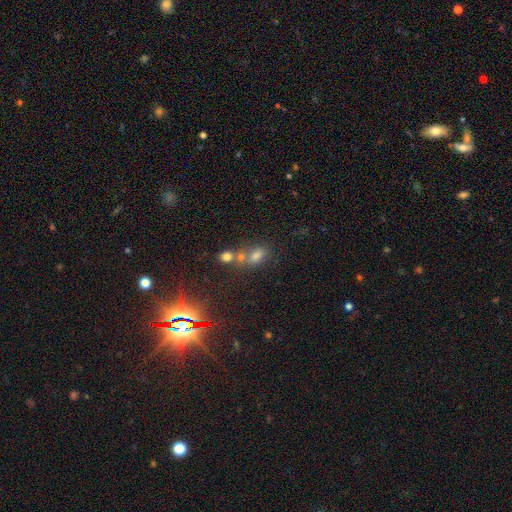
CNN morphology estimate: A smooth galaxy with no disk features (50%).

Vote fractions:
- Smooth or featured? smooth: 50% / star or artifact: 36% / featured or disk: 14%
- Merging? merger: 45% / none: 41% / minor disturbance: 9% / major disturbance: 5%